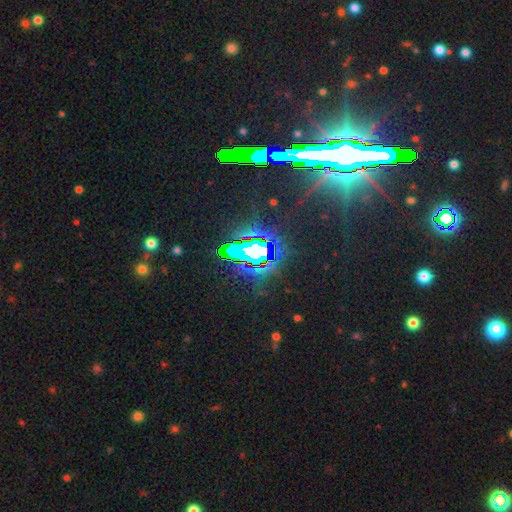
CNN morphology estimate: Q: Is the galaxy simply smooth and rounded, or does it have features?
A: star or artifact — 74%.